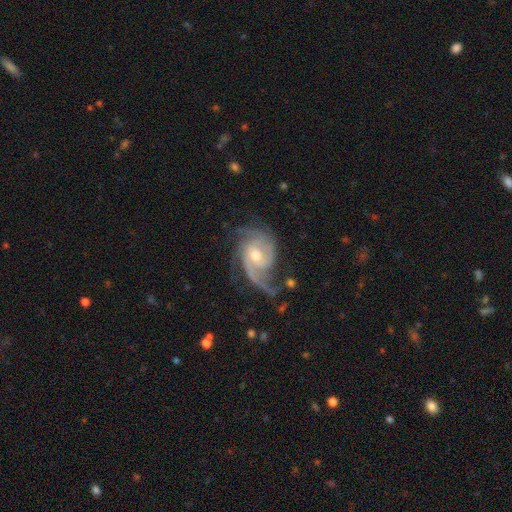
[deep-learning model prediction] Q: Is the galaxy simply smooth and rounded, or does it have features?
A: featured or disk — 90%.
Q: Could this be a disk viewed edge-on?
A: no — 97%.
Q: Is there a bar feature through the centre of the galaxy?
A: no — 50%.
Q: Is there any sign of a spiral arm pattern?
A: yes — 97%.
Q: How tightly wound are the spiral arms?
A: medium — 45%.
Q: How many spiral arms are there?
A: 2 — 36%.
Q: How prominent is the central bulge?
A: moderate — 64%.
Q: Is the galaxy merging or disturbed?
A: none — 56%.